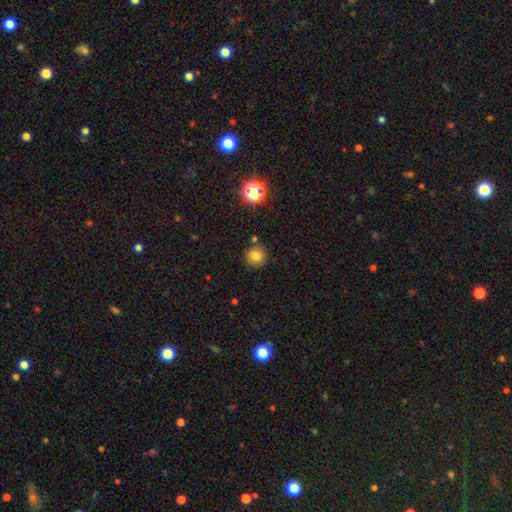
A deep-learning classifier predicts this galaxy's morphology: The model was most divided on "smooth or featured": smooth: 79%, star or artifact: 14%, featured or disk: 7%. More confident: how rounded — round (92%); merging — none (84%).